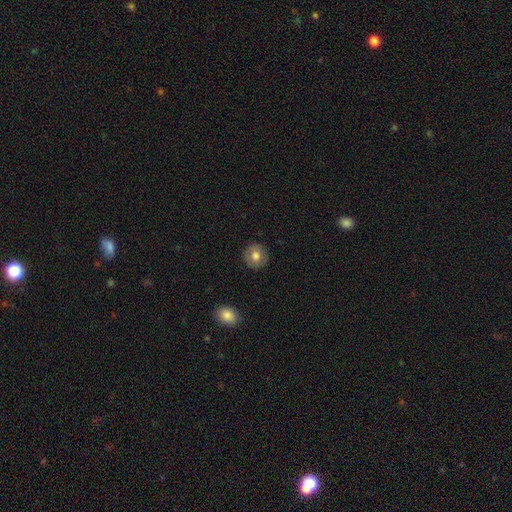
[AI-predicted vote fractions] A smooth galaxy with no disk features (76%) that is round (91%). Merging: none (90%).